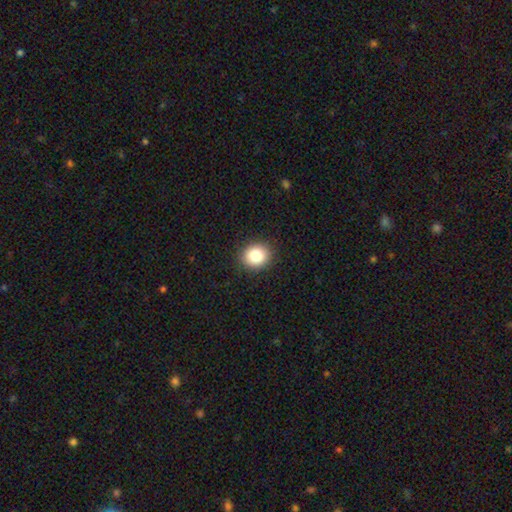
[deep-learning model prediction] smooth_or_featured: smooth (p=0.84) [alt: star or artifact p=0.10]
how_rounded: round (p=0.75) [alt: in between p=0.25]
merging: none (p=0.90) [alt: minor disturbance p=0.07]